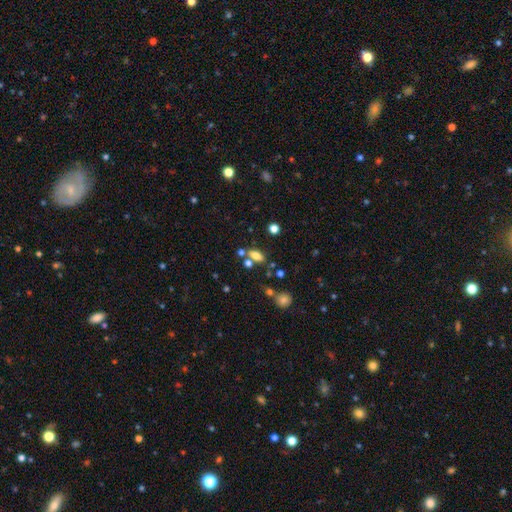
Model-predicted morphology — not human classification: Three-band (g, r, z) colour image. It shows a smooth galaxy with no disk features (73%) that is in between round and cigar-shaped (78%). Merging: none (59%).